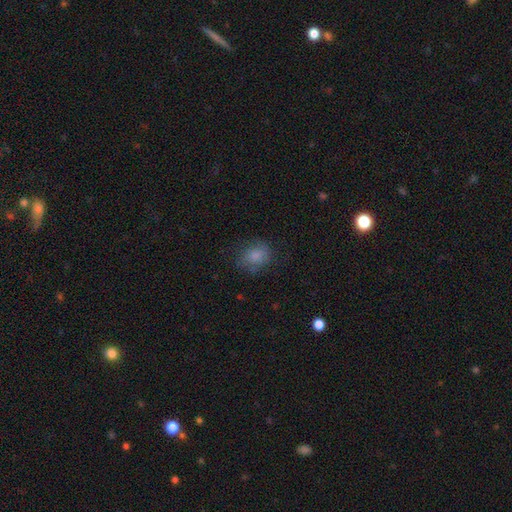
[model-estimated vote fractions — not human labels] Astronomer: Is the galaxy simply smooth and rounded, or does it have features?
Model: smooth — 78%.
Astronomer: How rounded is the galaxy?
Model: round — 55% (runner-up: in between, 44%).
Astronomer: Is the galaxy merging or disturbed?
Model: none — 69%.